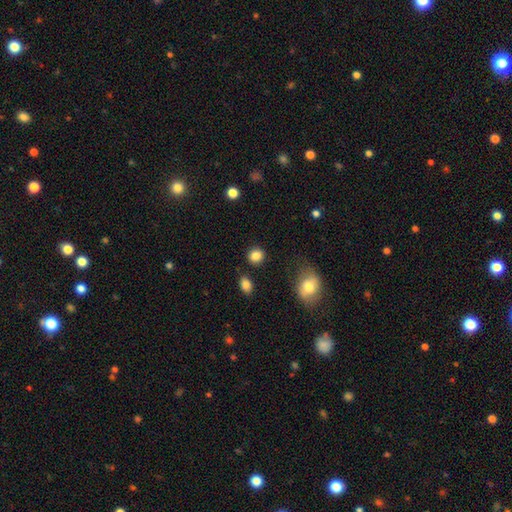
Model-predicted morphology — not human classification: smooth_or_featured: smooth (p=0.86) [alt: star or artifact p=0.10]
how_rounded: round (p=0.80) [alt: in between p=0.19]
merging: none (p=0.86) [alt: minor disturbance p=0.08]